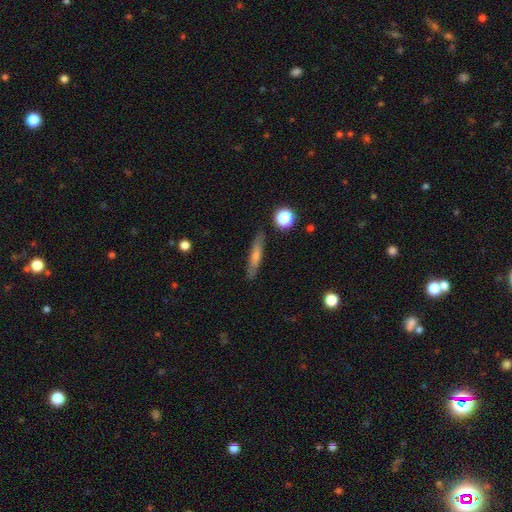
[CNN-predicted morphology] This appears to be a smooth galaxy with no disk features (57%) that is cigar-shaped (87%). Merging: none (87%).